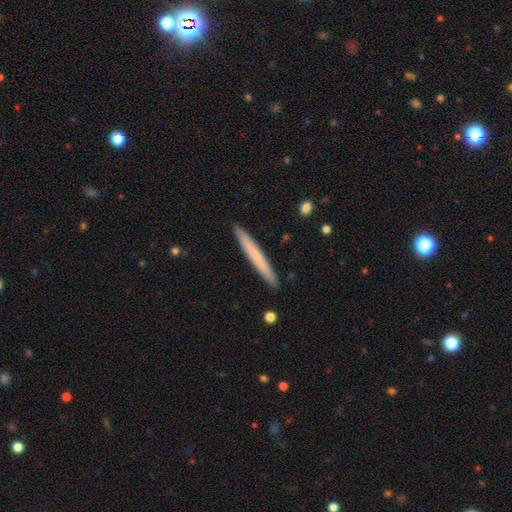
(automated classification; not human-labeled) smooth_or_featured: smooth (p=0.65) [alt: featured or disk p=0.30]
how_rounded: cigar-shaped (p=0.97) [alt: in between p=0.02]
merging: none (p=0.92) [alt: minor disturbance p=0.06]